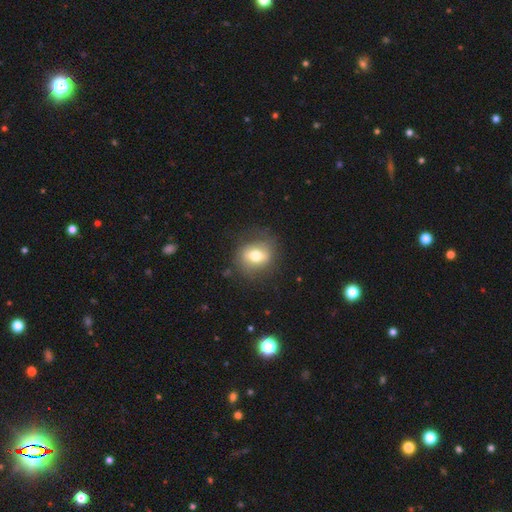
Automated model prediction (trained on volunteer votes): smooth-or-featured: smooth: 60% | featured or disk: 32% | star or artifact: 9%
  how-rounded: round: 55% | in between: 43% | cigar-shaped: 2%
  merging: none: 76% | minor disturbance: 16% | major disturbance: 7% | merger: 1%